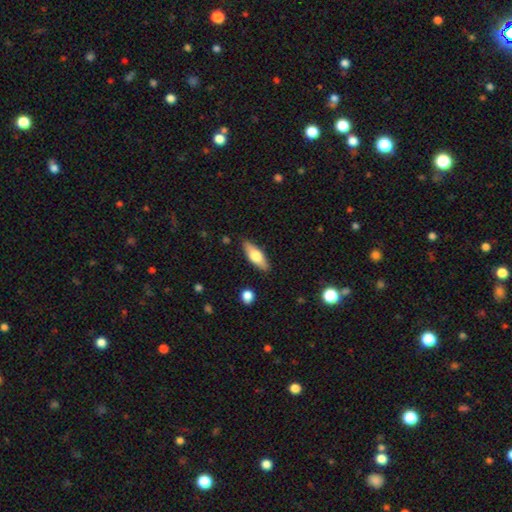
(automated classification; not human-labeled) A smooth galaxy with no disk features (62%) that is in between round and cigar-shaped (66%). Merging: none (87%).